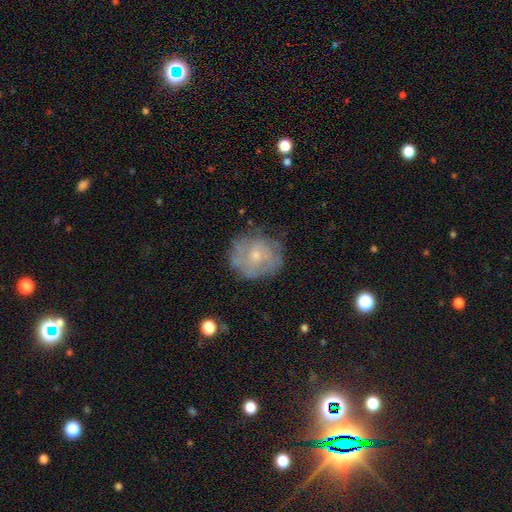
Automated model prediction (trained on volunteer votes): Smooth or featured?
  - featured or disk: 50% *
  - smooth: 42%
  - star or artifact: 9%
Merging?
  - none: 67% *
  - minor disturbance: 22%
  - major disturbance: 9%
  - merger: 2%